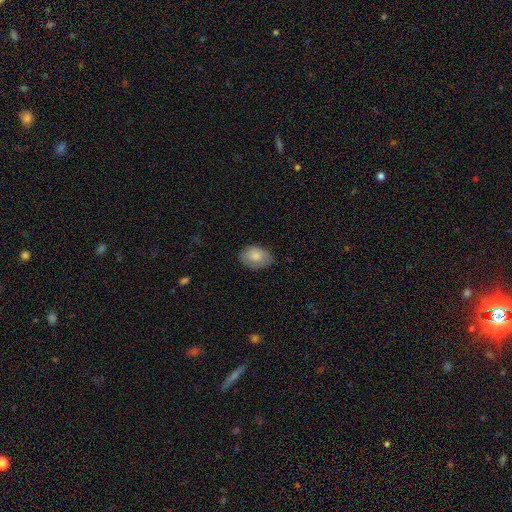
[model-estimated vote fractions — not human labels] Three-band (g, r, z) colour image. It shows a smooth galaxy with no disk features (81%) that is in between round and cigar-shaped (82%). Merging: none (77%).